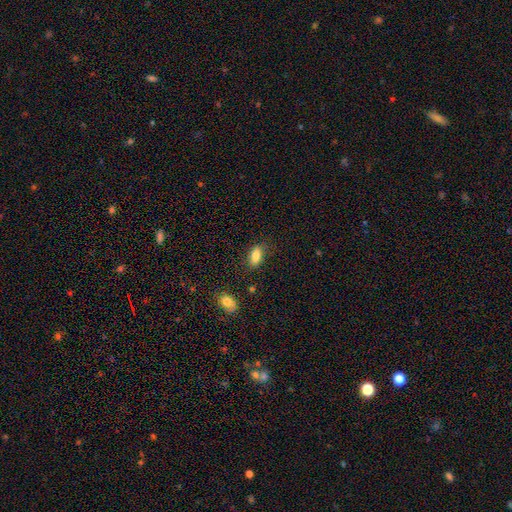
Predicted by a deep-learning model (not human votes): Morphology: type=smooth (84%); roundness=in between (87%); merging=none (77%).